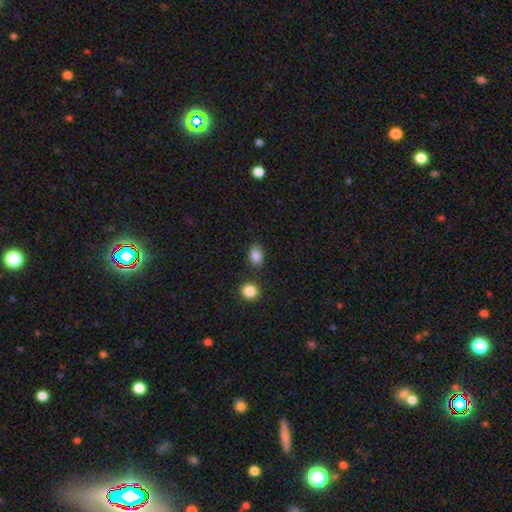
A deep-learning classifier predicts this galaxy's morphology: This appears to be a smooth galaxy with no disk features (86%) that is in between round and cigar-shaped (76%). Merging: none (76%).